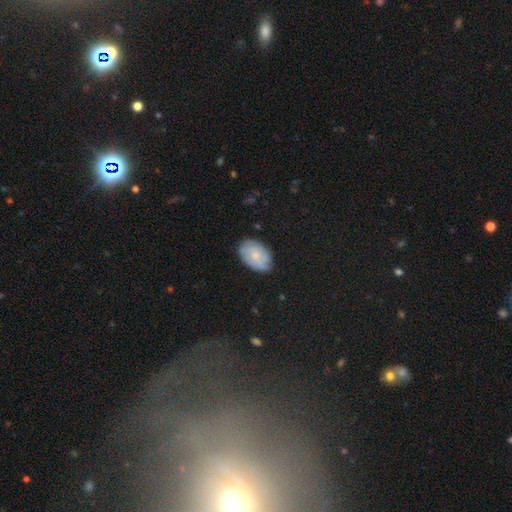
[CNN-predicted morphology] A smooth galaxy with no disk features (61%) that is in between round and cigar-shaped (89%). Merging: none (76%).